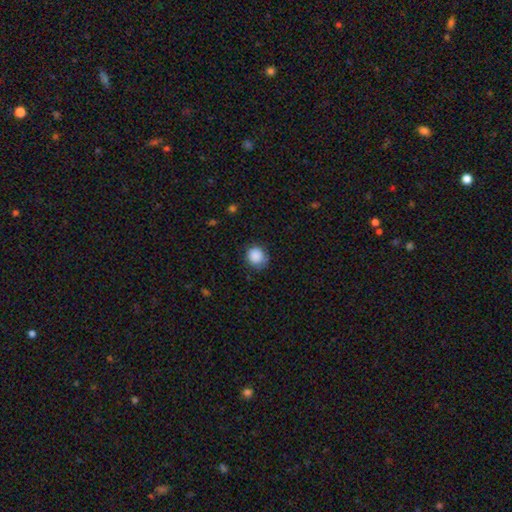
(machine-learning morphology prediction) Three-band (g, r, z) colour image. It shows a smooth galaxy with no disk features (88%) that is round (86%). Merging: none (77%).